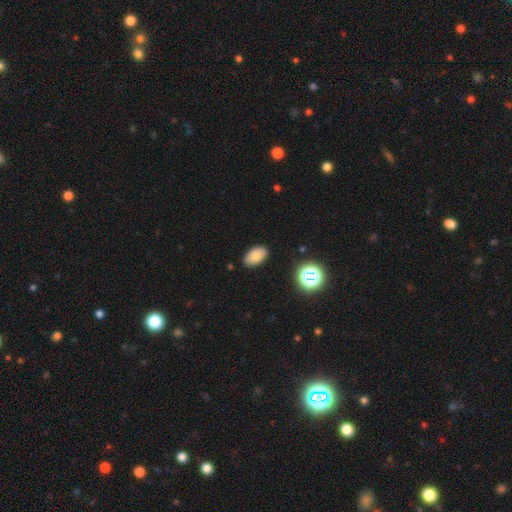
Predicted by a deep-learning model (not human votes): smooth 81%, star or artifact 11%, featured or disk 8%. Down the decision tree: how rounded — in between (92%); merging — none (87%).